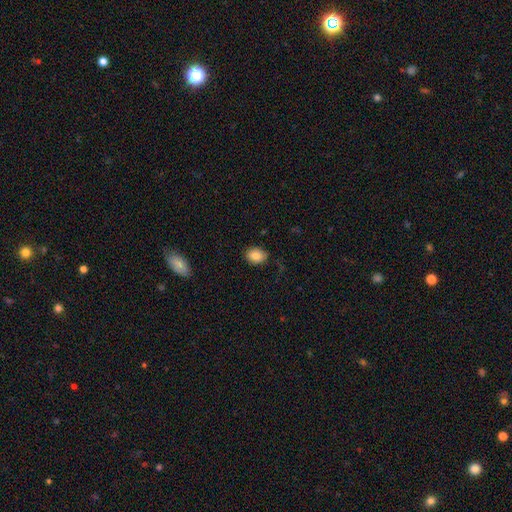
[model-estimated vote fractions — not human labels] Smooth or featured?
  - smooth: 86% *
  - star or artifact: 8%
  - featured or disk: 6%
How rounded?
  - in between: 63% *
  - round: 36%
  - cigar-shaped: 1%
Merging?
  - none: 82% *
  - minor disturbance: 14%
  - major disturbance: 3%
  - merger: 1%